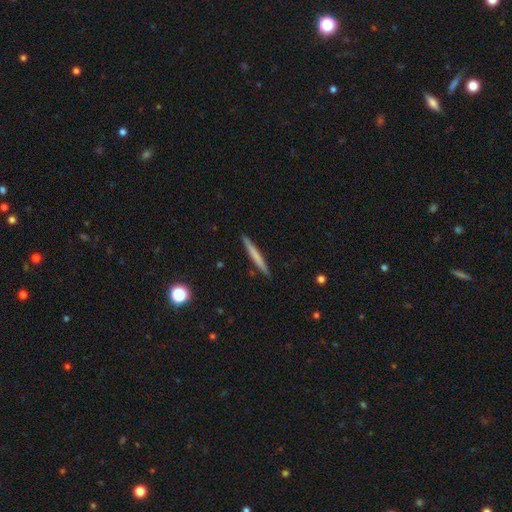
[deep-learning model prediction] This is likely a smooth galaxy (62%). How rounded: clearly cigar-shaped (97%). Merging: clearly none (91%).